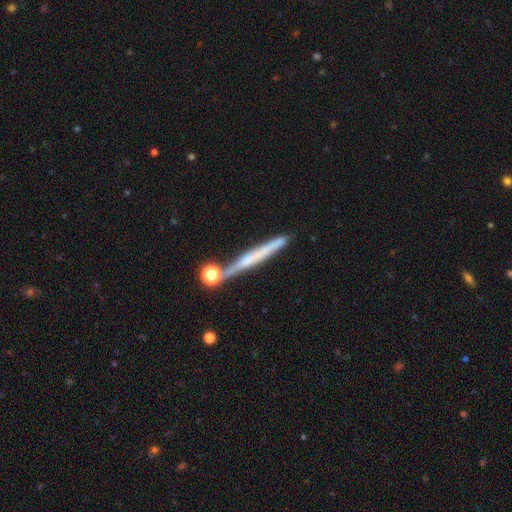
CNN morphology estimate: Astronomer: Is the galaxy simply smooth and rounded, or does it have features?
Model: featured or disk — 56% (runner-up: smooth, 35%).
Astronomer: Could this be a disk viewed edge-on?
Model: yes — 95%.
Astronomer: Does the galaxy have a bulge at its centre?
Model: none — 65%.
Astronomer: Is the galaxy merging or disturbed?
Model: none — 74%.